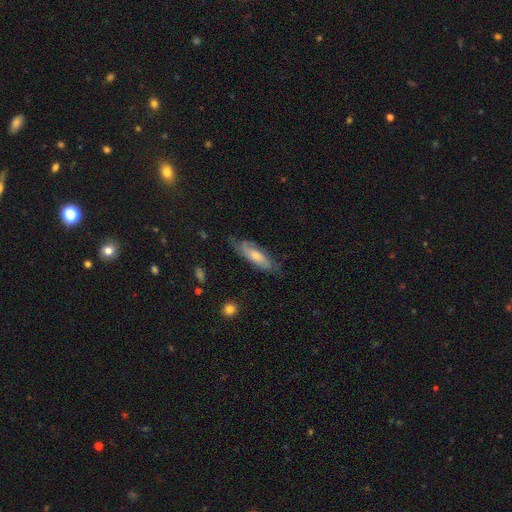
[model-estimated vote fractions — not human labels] This is possibly a featured or disk galaxy (52%). It is likely not viewed edge-on (72%). Merging: likely none (66%).